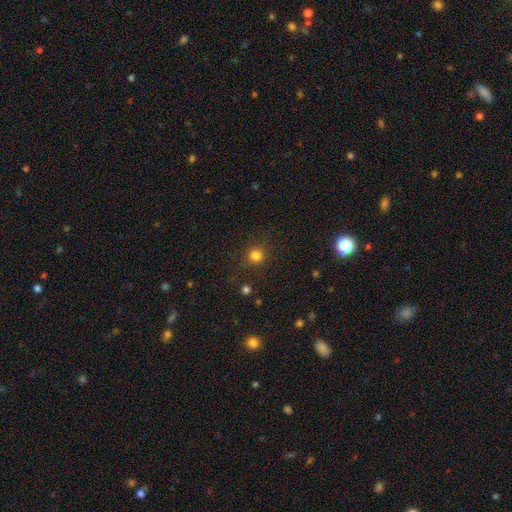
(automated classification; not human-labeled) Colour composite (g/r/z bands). It shows a smooth galaxy with no disk features (80%) that is round (92%). Merging: none (87%).